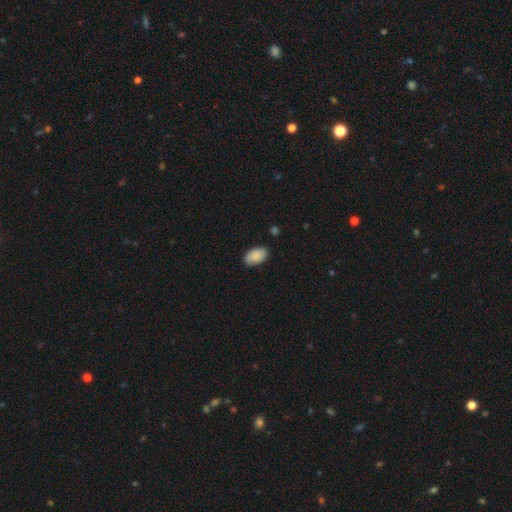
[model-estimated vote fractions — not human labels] Smooth or featured: smooth — 87% (featured or disk — 7%)
How rounded: in between — 94% (round — 4%)
Merging: none — 83% (minor disturbance — 13%)